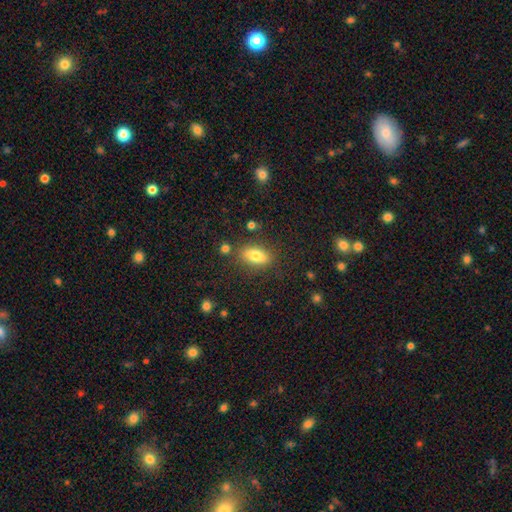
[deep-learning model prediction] smooth 78%, featured or disk 13%, star or artifact 9%. Down the decision tree: how rounded — in between (84%); merging — none (82%).